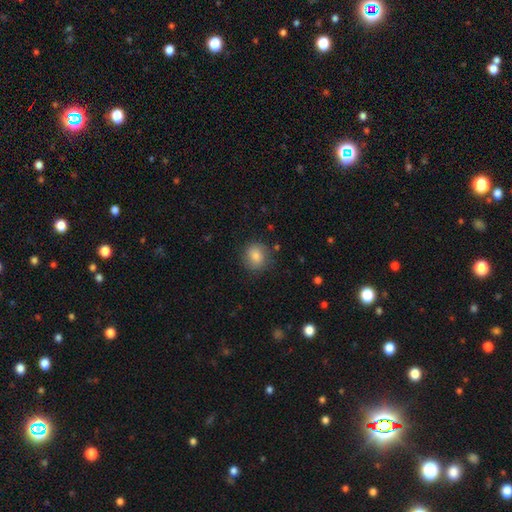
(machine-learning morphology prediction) smooth 81%, star or artifact 10%, featured or disk 10%. Down the decision tree: how rounded — round (83%); merging — none (84%).